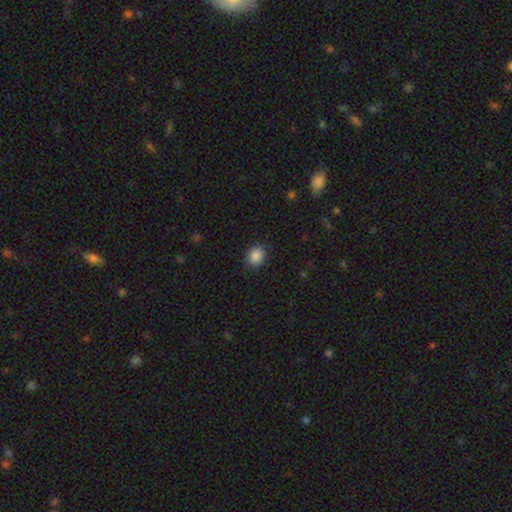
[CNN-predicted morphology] Smooth or featured: smooth — 87% (star or artifact — 9%)
How rounded: round — 60% (in between — 39%)
Merging: none — 87% (minor disturbance — 10%)